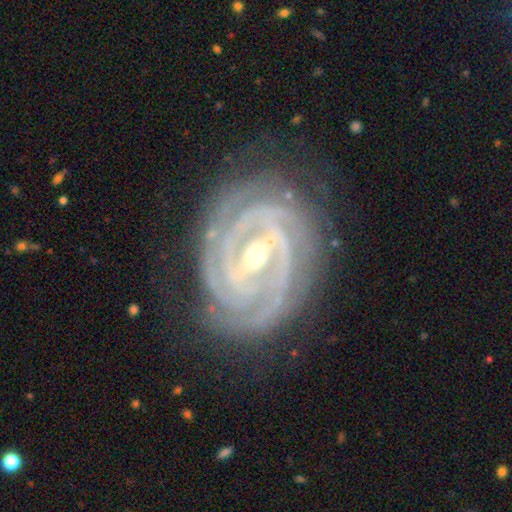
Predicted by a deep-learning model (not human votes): smooth-or-featured: featured or disk: 92% | star or artifact: 5% | smooth: 3%
  disk-edge-on: no: 96% | yes: 4%
    bar: strong: 57% | weak: 32% | no: 11%
    has-spiral-arms: yes: 98% | no: 2%
      spiral-winding: tight: 83% | medium: 15% | loose: 2%
      spiral-arm-count: 2: 32% | 3: 26% | 4: 16% | can't tell: 13% | more than 4: 6% | 1: 6%
    bulge-size: small: 49% | moderate: 48% | large: 2% | none: 1% | dominant: 1%
  merging: none: 80% | minor disturbance: 14% | major disturbance: 4% | merger: 1%